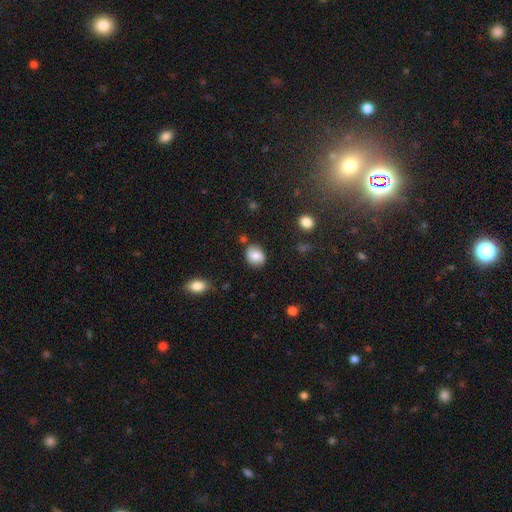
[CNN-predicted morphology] A smooth galaxy with no disk features (78%) that is round (56%). Merging: none (79%).